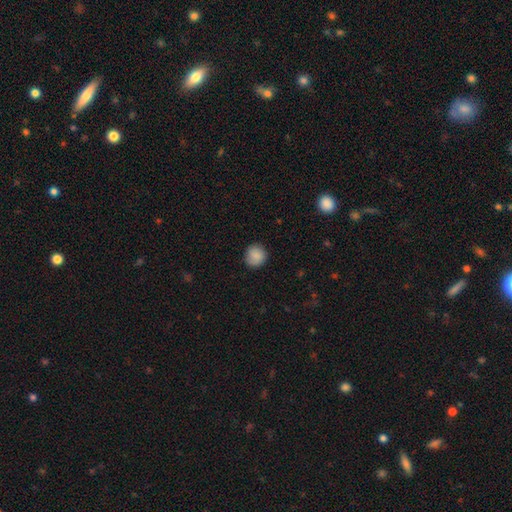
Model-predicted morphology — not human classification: smooth 85%, featured or disk 8%, star or artifact 8%. Down the decision tree: how rounded — round (90%); merging — none (85%).